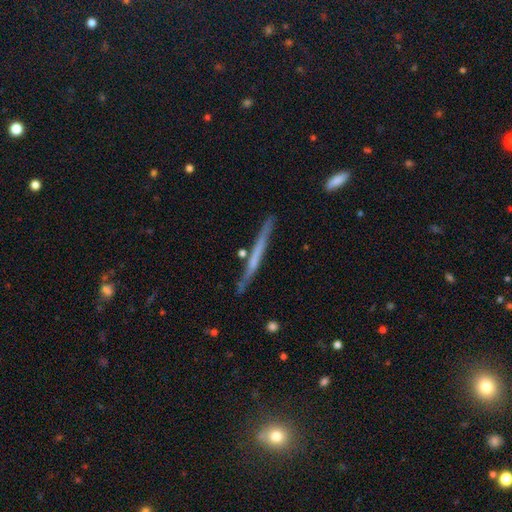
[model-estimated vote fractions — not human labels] A featured or disk galaxy (55%) viewed edge-on (96%) with no central bulge (85%).

Vote fractions:
- Smooth or featured? featured or disk: 55% / smooth: 39% / star or artifact: 6%
- Edge-on disk? yes: 96% / no: 4%
- Edge-on bulge? none: 85% / rounded: 10% / boxy: 5%
- Merging? none: 84% / minor disturbance: 11% / merger: 3% / major disturbance: 2%